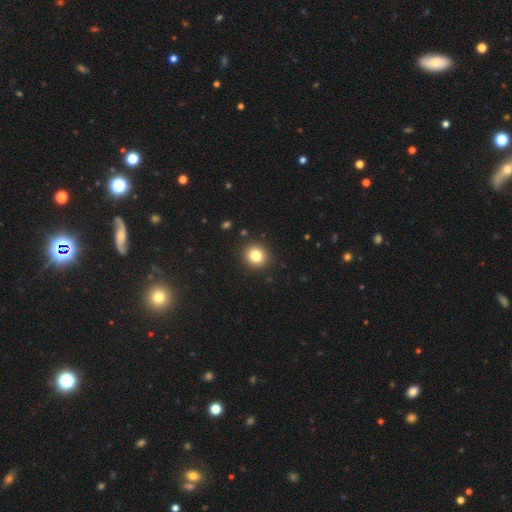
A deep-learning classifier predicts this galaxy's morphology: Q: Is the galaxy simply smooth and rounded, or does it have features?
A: smooth — 81%.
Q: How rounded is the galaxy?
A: round — 85%.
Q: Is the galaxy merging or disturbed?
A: none — 91%.